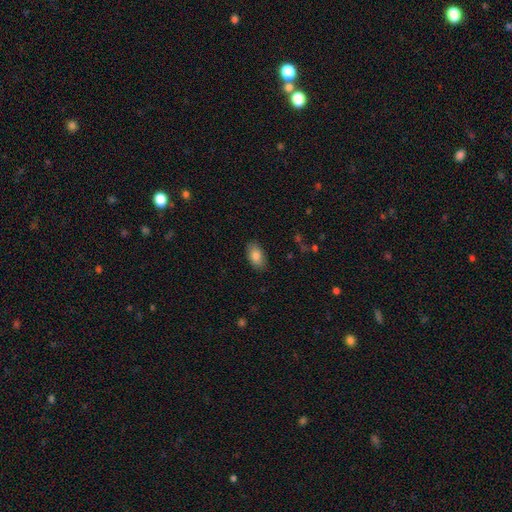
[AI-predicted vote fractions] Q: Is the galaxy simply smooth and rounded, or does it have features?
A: smooth — 84%.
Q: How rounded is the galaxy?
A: in between — 93%.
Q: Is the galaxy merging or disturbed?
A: none — 86%.